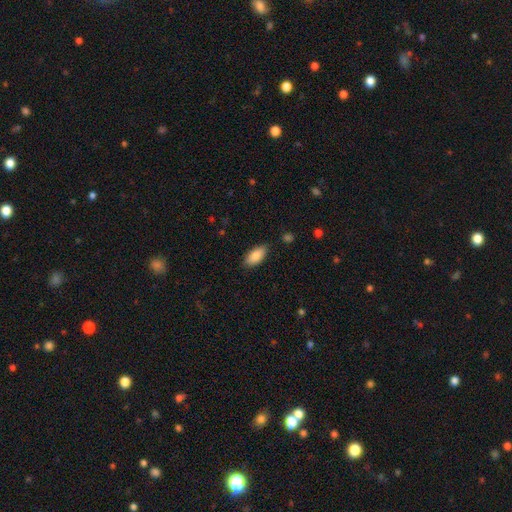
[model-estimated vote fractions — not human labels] This appears to be a smooth galaxy with no disk features (87%) that is in between round and cigar-shaped (90%). Merging: none (85%).